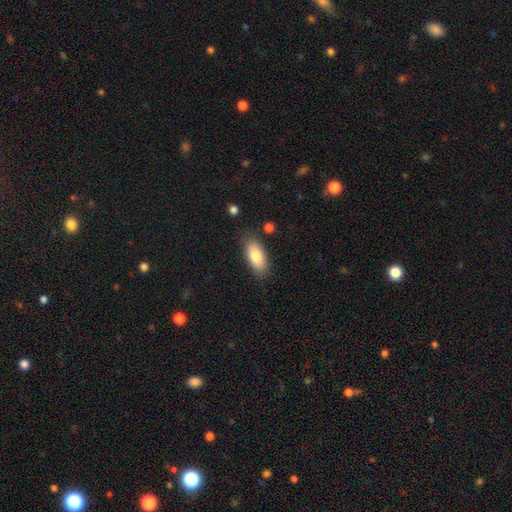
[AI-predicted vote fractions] Overall: smooth (82%). How rounded: in between (86%). Merging: none (83%).